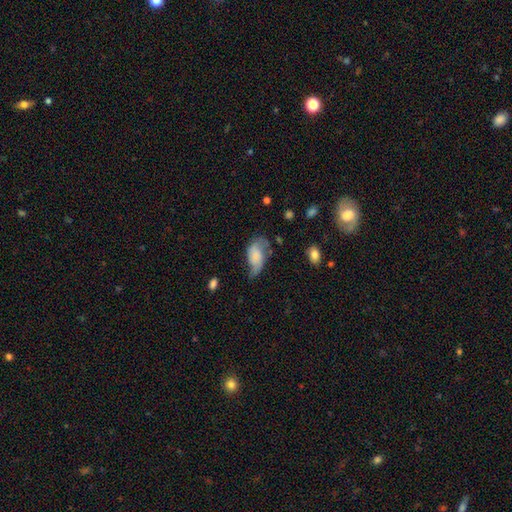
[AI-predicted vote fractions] Smooth or featured? Predicted: smooth (p=0.55). How rounded? Predicted: in between (p=0.92). Merging? Predicted: minor disturbance (p=0.38).